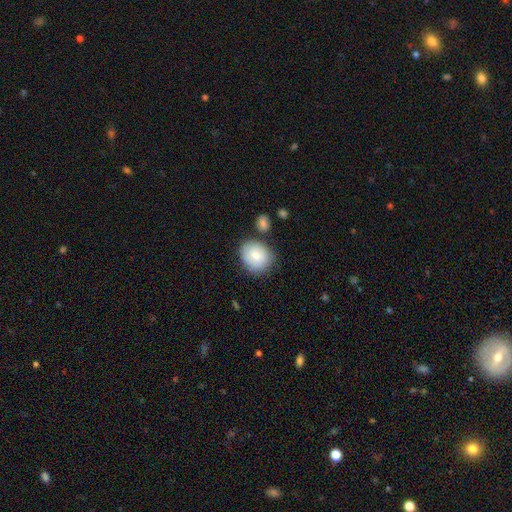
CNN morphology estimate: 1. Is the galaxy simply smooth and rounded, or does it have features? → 78% smooth, 14% featured or disk, 8% star or artifact.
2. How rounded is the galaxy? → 75% round, 25% in between, 1% cigar-shaped.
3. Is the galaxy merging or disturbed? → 71% none, 17% minor disturbance, 8% merger, 4% major disturbance.